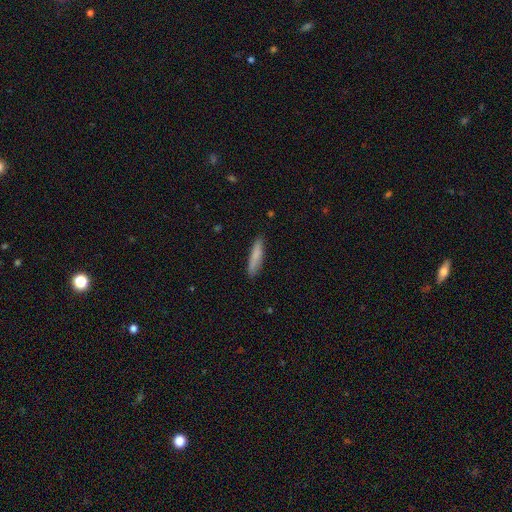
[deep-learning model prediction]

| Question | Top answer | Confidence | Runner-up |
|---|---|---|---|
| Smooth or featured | smooth | 81% | featured or disk (13%) |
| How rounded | cigar-shaped | 87% | in between (11%) |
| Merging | none | 86% | minor disturbance (10%) |